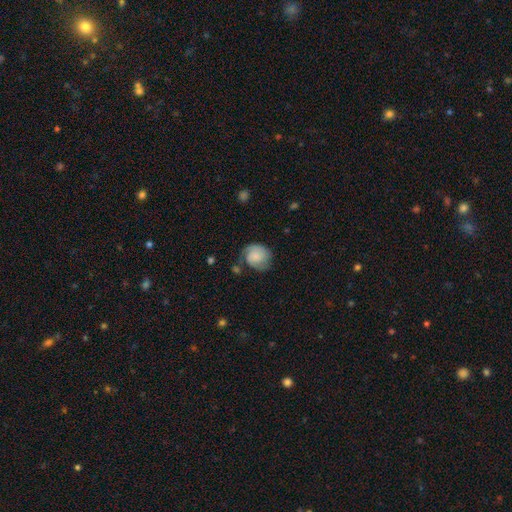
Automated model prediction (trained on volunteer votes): Smooth or featured? Predicted: smooth (p=0.49). Merging? Predicted: none (p=0.54).